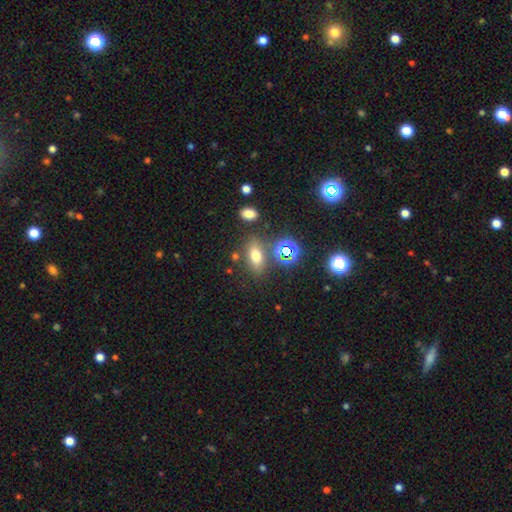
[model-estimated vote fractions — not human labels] Smooth or featured? Predicted: smooth (p=0.61). How rounded? Predicted: in between (p=0.72). Merging? Predicted: none (p=0.73).